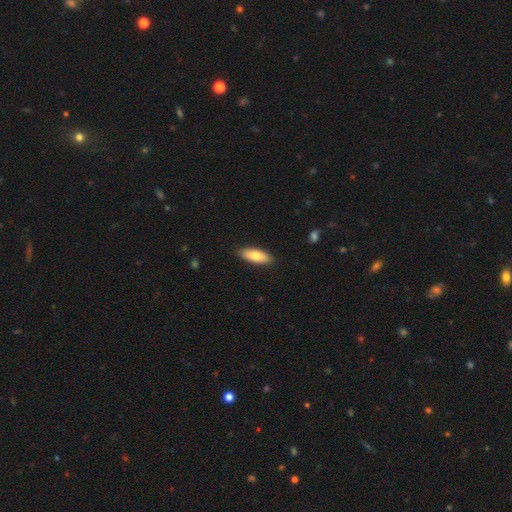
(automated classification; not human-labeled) A smooth galaxy with no disk features (79%) that is in between round and cigar-shaped (74%). Merging: none (88%).